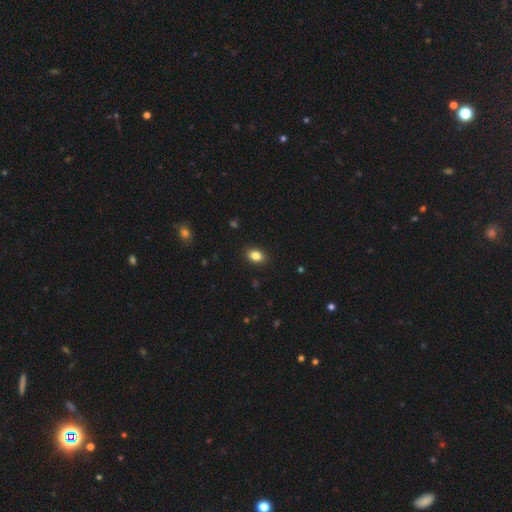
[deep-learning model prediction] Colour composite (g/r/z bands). It shows a smooth galaxy with no disk features (85%) that is in between round and cigar-shaped (76%). Merging: none (90%).